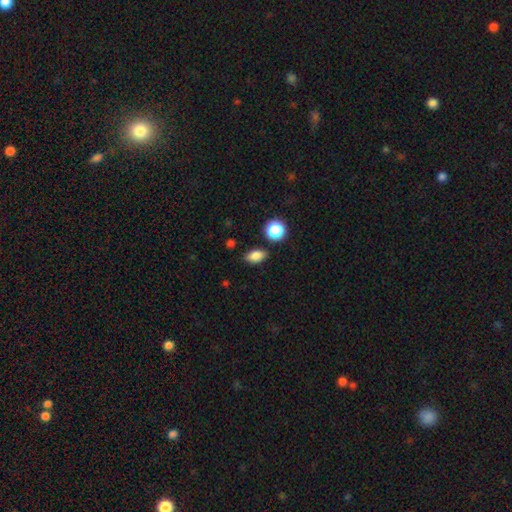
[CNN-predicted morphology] Smooth or featured? Predicted: smooth (p=0.84). How rounded? Predicted: in between (p=0.83). Merging? Predicted: none (p=0.84).